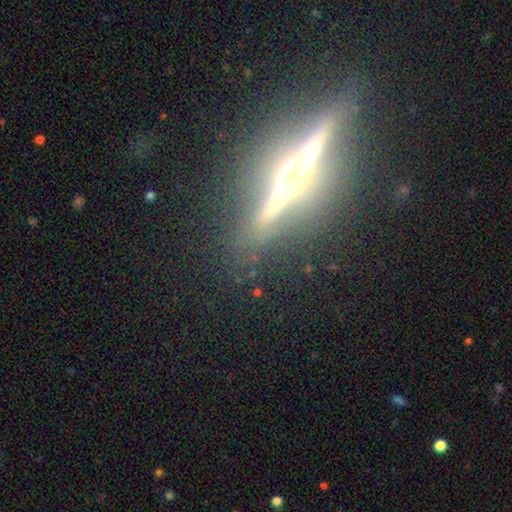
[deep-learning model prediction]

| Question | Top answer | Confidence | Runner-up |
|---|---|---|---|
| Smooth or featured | featured or disk | 82% | smooth (10%) |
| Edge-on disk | yes | 96% | no (4%) |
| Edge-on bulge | rounded | 73% | none (15%) |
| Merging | none | 86% | minor disturbance (9%) |